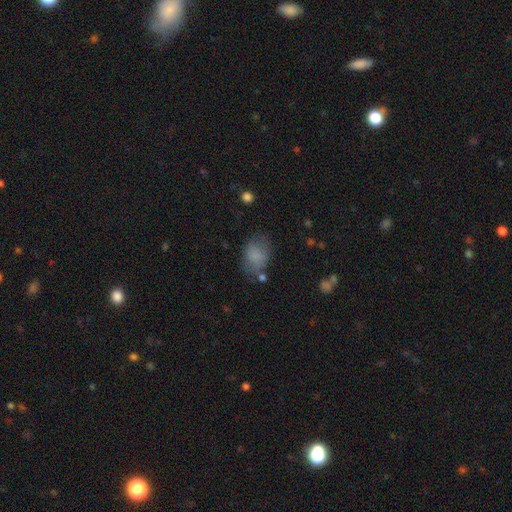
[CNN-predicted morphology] type=smooth (80%); roundness=in between (78%); merging=none (60%).